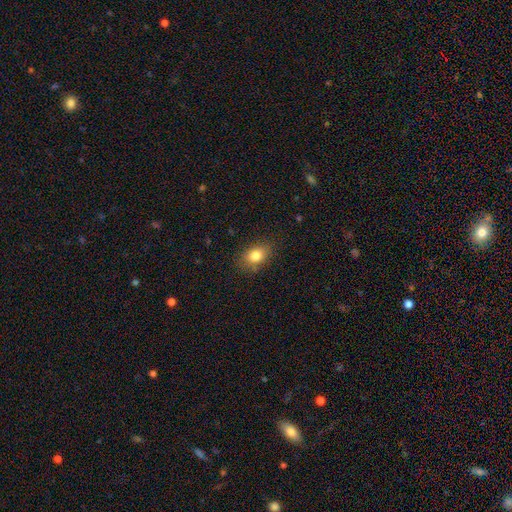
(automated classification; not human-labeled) smooth 82%, star or artifact 10%, featured or disk 8%. Down the decision tree: how rounded — in between (73%); merging — none (80%).